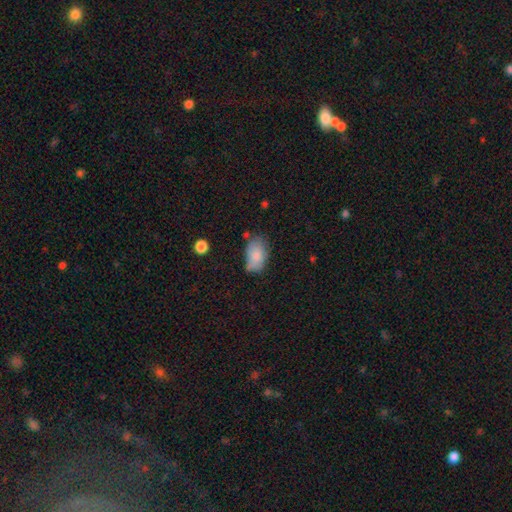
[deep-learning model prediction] A smooth galaxy with no disk features (81%) that is in between round and cigar-shaped (91%). Merging: none (49%).